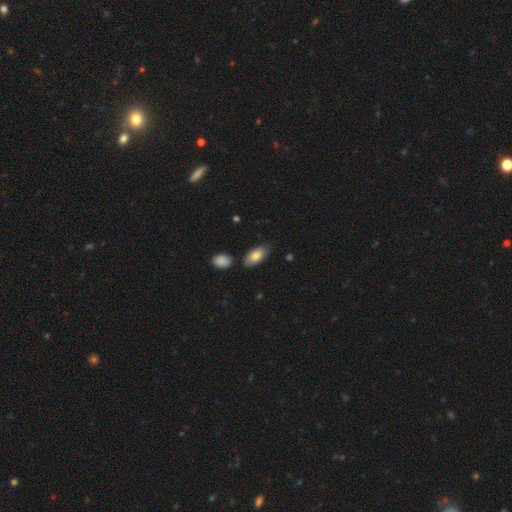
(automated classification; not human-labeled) Smooth or featured? smooth (82%)
How rounded? in between (90%)
Merging? none (77%)